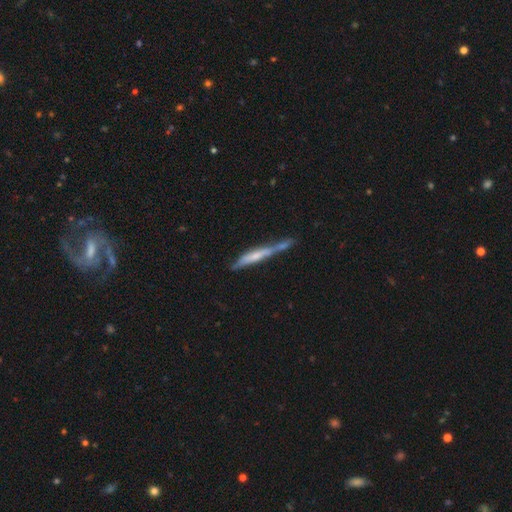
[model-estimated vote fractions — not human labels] Overall: featured or disk (51%; smooth 42%). Edge-on disk: yes (86%). Merging: none (41%; merger 27%).